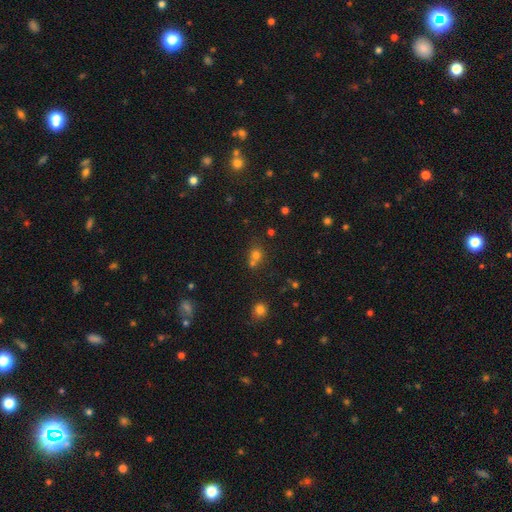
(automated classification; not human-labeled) A smooth galaxy with no disk features (70%) that is round (80%).

Vote fractions:
- Smooth or featured? smooth: 70% / star or artifact: 20% / featured or disk: 10%
- How rounded? round: 80% / in between: 19% / cigar-shaped: 1%
- Merging? none: 45% / merger: 43% / minor disturbance: 8% / major disturbance: 3%